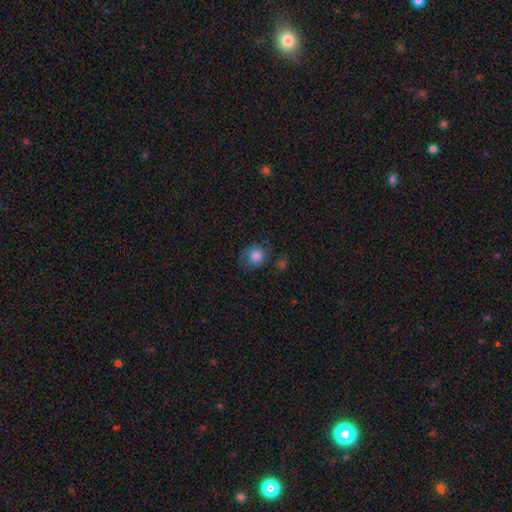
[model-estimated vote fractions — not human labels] Smooth or featured: smooth — 68% (featured or disk — 23%)
How rounded: round — 77% (in between — 22%)
Merging: none — 53% (minor disturbance — 26%)